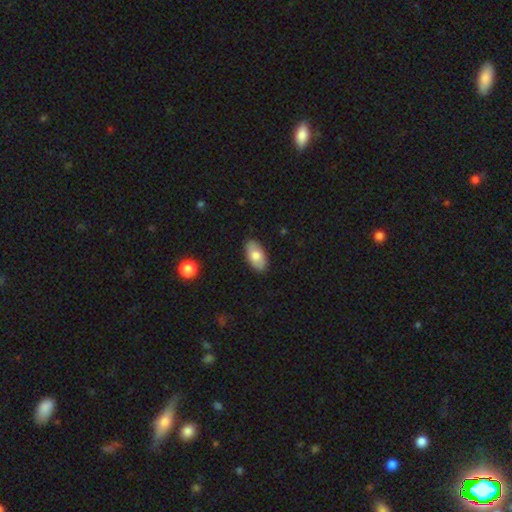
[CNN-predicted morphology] This is likely a smooth galaxy (75%). How rounded: clearly in between (94%). Merging: clearly none (87%).